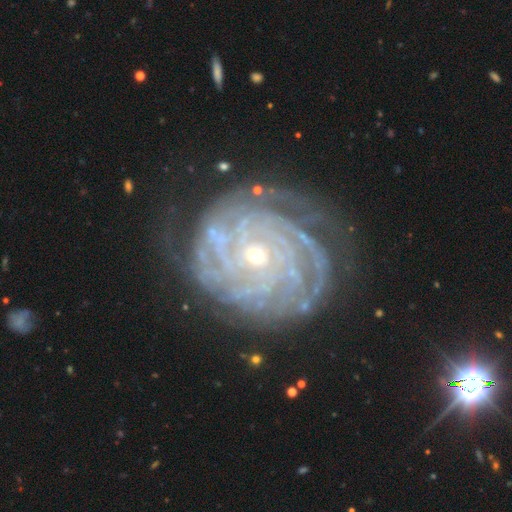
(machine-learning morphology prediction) A featured or disk galaxy (90%) with no bar (69%), more than 4 (26%) tight (84%) spiral arms (98%) and a small central bulge (62%). Merging: none (74%).